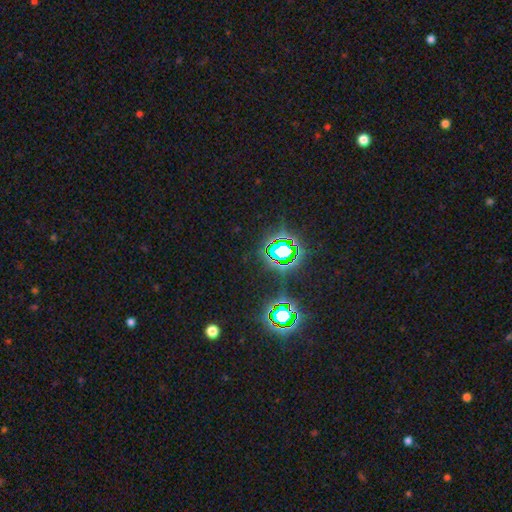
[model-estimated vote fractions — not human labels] A star or artifact, not a galaxy (81%).

Vote fractions:
- Smooth or featured? star or artifact: 81% / smooth: 13% / featured or disk: 6%